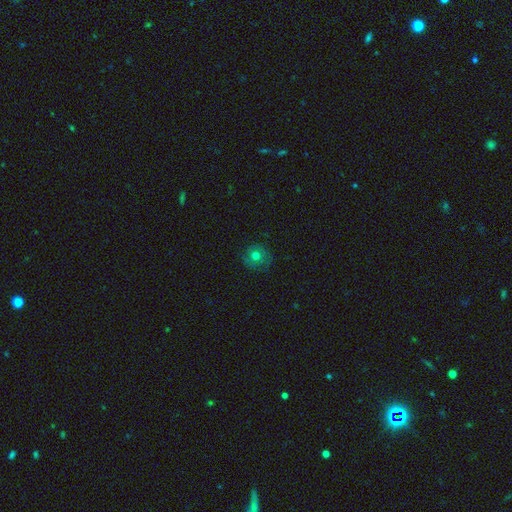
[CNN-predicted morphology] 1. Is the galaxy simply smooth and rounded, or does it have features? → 60% smooth, 28% featured or disk, 13% star or artifact.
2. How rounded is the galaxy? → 88% round, 11% in between, 1% cigar-shaped.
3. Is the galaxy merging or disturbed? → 80% none, 14% minor disturbance, 5% major disturbance, 1% merger.